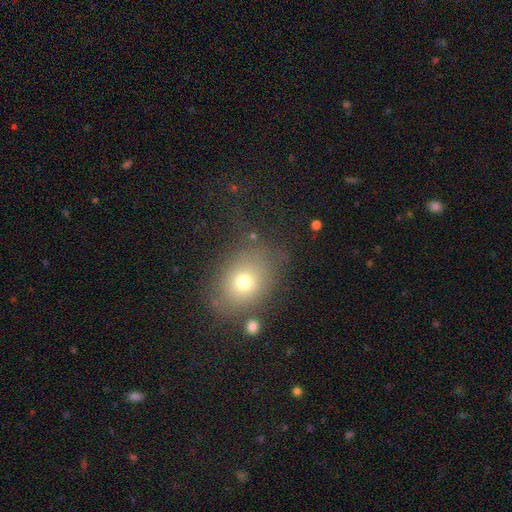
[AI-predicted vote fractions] This appears to be a smooth galaxy with no disk features (64%) that is round (55%). Merging: none (69%).